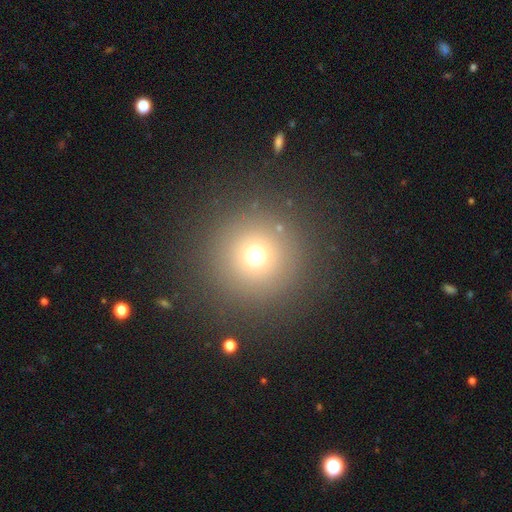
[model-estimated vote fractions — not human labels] This is likely a smooth galaxy (70%). How rounded: clearly round (96%). Merging: clearly none (88%).